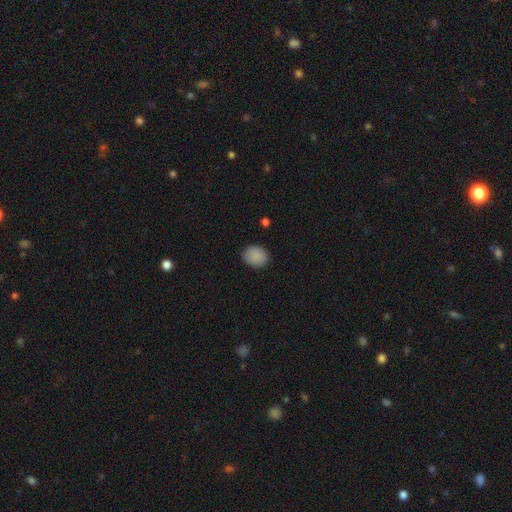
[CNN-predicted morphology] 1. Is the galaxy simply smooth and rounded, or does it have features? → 89% smooth, 8% star or artifact, 3% featured or disk.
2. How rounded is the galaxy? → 60% round, 39% in between, 1% cigar-shaped.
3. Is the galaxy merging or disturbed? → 88% none, 9% minor disturbance, 2% major disturbance, 1% merger.